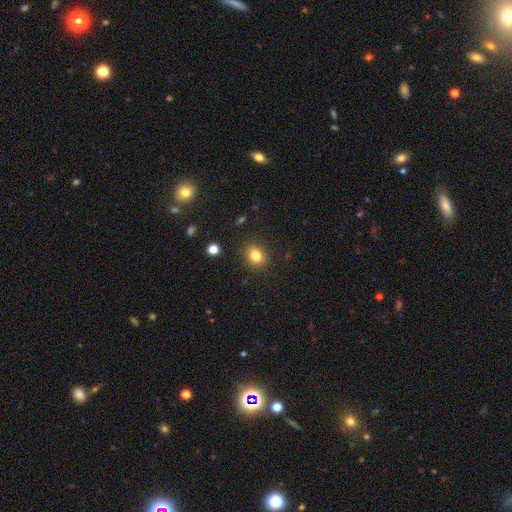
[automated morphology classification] This appears to be a smooth galaxy with no disk features (82%) that is round (53%). Merging: none (88%).